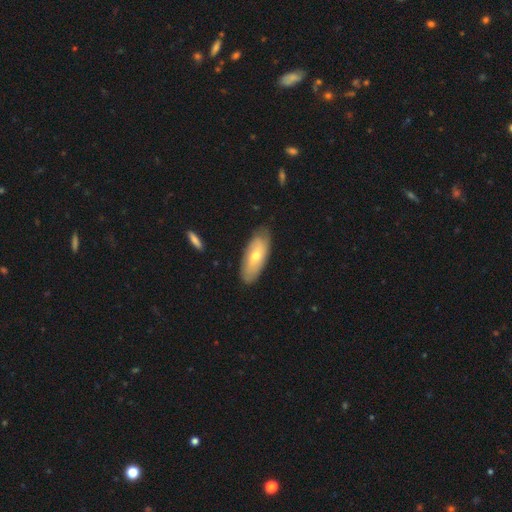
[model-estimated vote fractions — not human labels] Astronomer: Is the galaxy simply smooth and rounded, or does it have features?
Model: smooth — 52% (runner-up: featured or disk, 42%).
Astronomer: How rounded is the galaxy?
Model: in between — 79%.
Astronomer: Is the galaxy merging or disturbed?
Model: none — 80%.